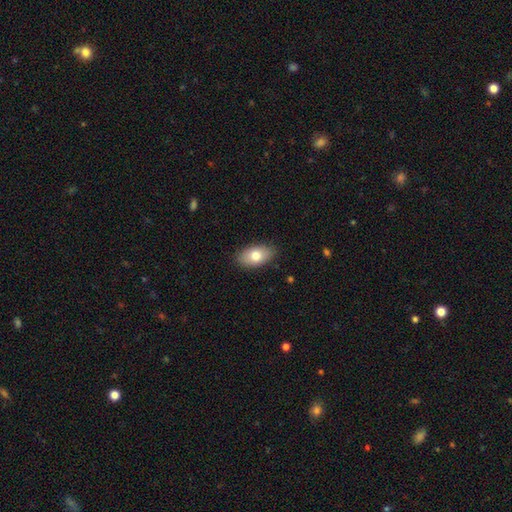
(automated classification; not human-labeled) Smooth or featured? smooth (77%)
How rounded? in between (92%)
Merging? none (86%)